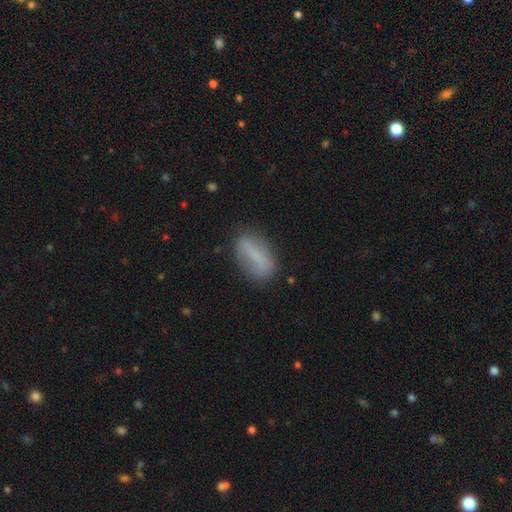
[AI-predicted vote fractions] Smooth or featured: smooth — 63% (featured or disk — 28%)
How rounded: in between — 72% (cigar-shaped — 23%)
Merging: none — 76% (minor disturbance — 16%)